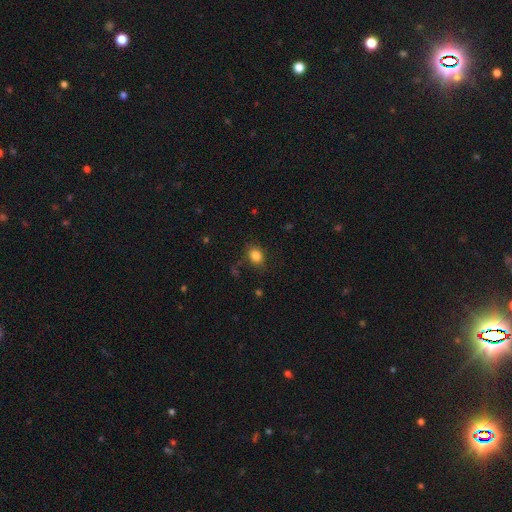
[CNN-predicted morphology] The model was most divided on "how rounded": in between: 54%, round: 45%, cigar-shaped: 1%. More confident: smooth or featured — smooth (84%); merging — none (80%).